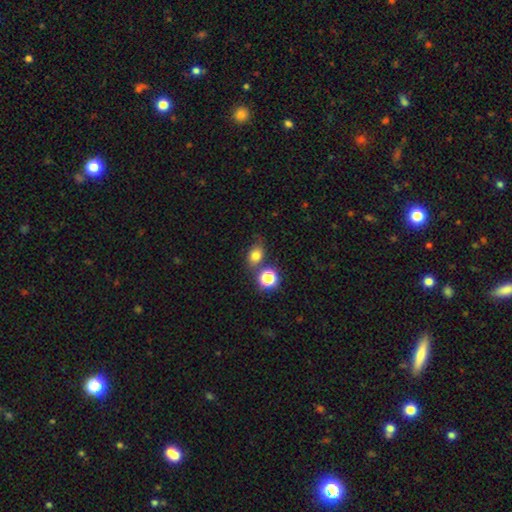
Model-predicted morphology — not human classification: Smooth or featured? smooth (76%)
How rounded? in between (53%)
Merging? none (61%)